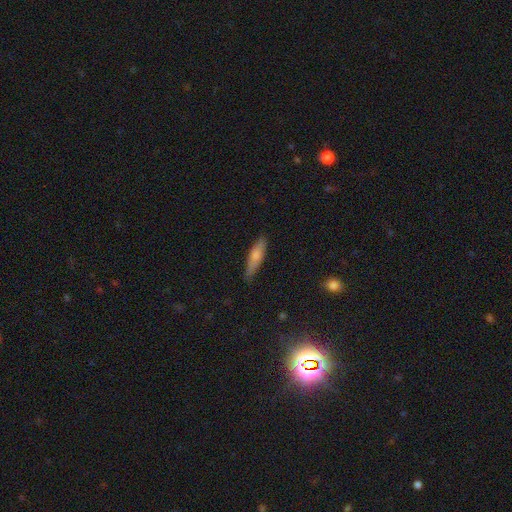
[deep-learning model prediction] A smooth galaxy with no disk features (68%) that is cigar-shaped (69%). Merging: none (79%).